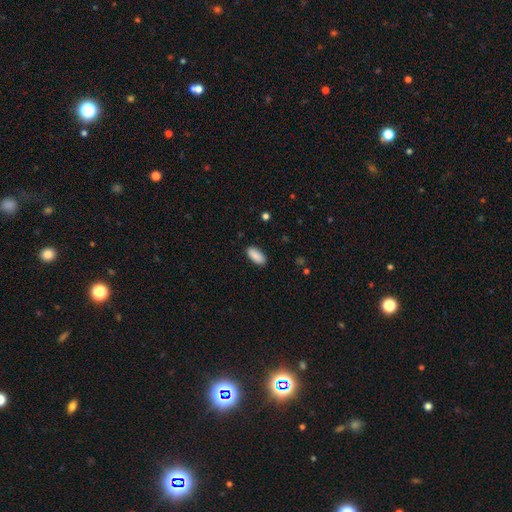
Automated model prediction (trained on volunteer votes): Smooth or featured? smooth (89%)
How rounded? in between (90%)
Merging? none (88%)